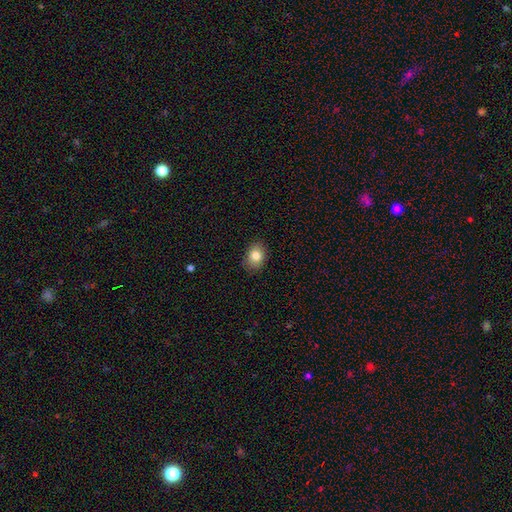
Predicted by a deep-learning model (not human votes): The model was most divided on "how rounded": in between: 67%, round: 32%, cigar-shaped: 1%. More confident: merging — none (86%); smooth or featured — smooth (82%).